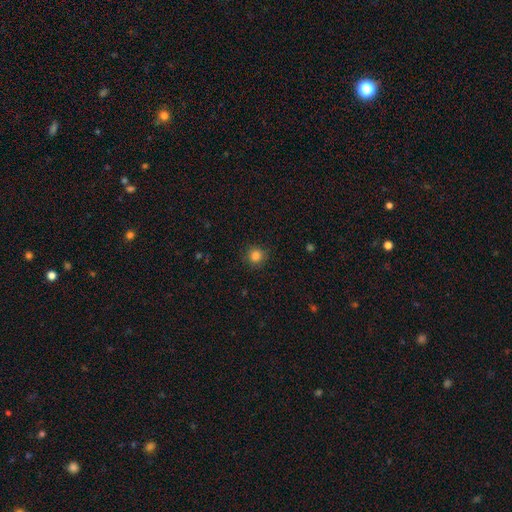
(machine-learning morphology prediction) A smooth galaxy with no disk features (84%) that is round (92%).

Vote fractions:
- Smooth or featured? smooth: 84% / star or artifact: 12% / featured or disk: 4%
- How rounded? round: 92% / in between: 7% / cigar-shaped: 1%
- Merging? none: 88% / minor disturbance: 9% / major disturbance: 3% / merger: 1%